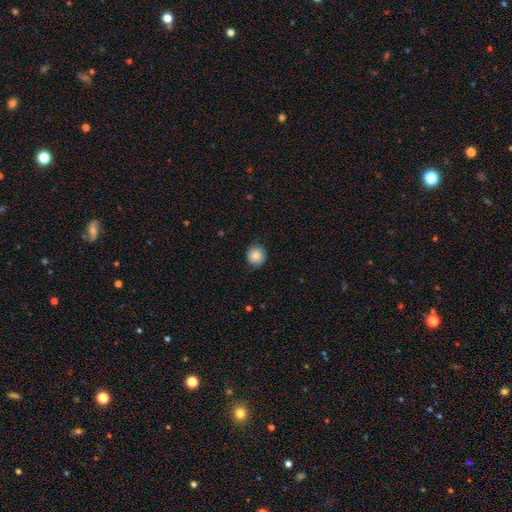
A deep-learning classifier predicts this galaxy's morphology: Smooth or featured: smooth — 84% (star or artifact — 9%)
How rounded: round — 90% (in between — 9%)
Merging: none — 84% (minor disturbance — 13%)